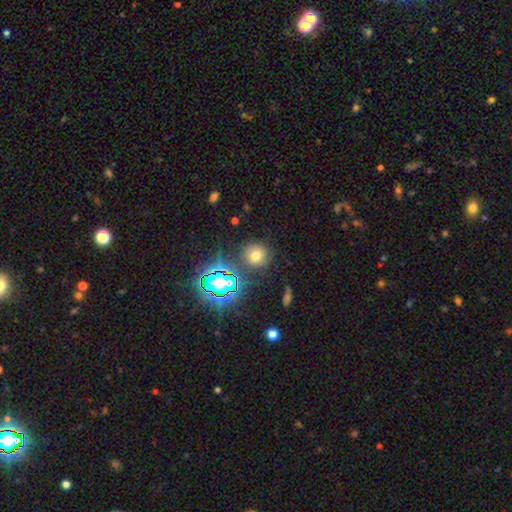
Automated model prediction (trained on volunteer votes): Q: Smooth or featured?
A: smooth (63%); runner-up: star or artifact (25%)
Q: How rounded?
A: round (88%); runner-up: in between (11%)
Q: Merging?
A: none (80%); runner-up: minor disturbance (11%)